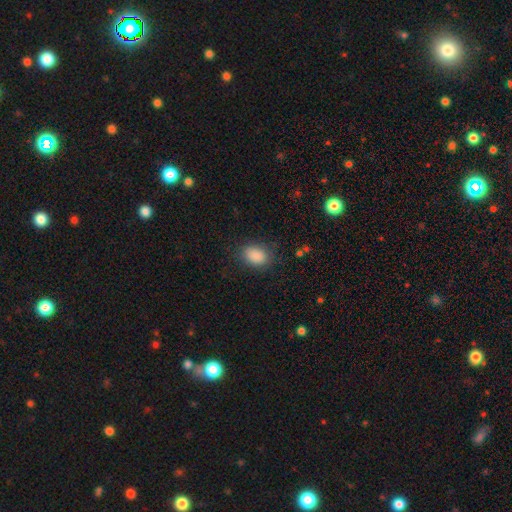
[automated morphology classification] Smooth or featured?
  - smooth: 88% *
  - star or artifact: 9%
  - featured or disk: 4%
How rounded?
  - in between: 77% *
  - round: 22%
  - cigar-shaped: 1%
Merging?
  - none: 80% *
  - minor disturbance: 14%
  - major disturbance: 5%
  - merger: 1%